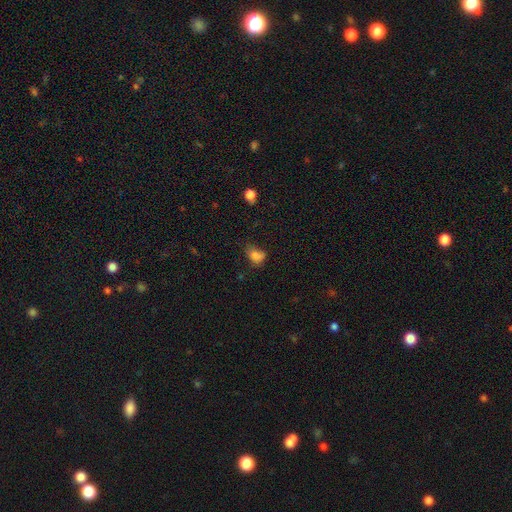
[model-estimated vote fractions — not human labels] smooth_or_featured: smooth (p=0.77) [alt: star or artifact p=0.13]
how_rounded: in between (p=0.70) [alt: round p=0.29]
merging: none (p=0.38) [alt: minor disturbance p=0.36]